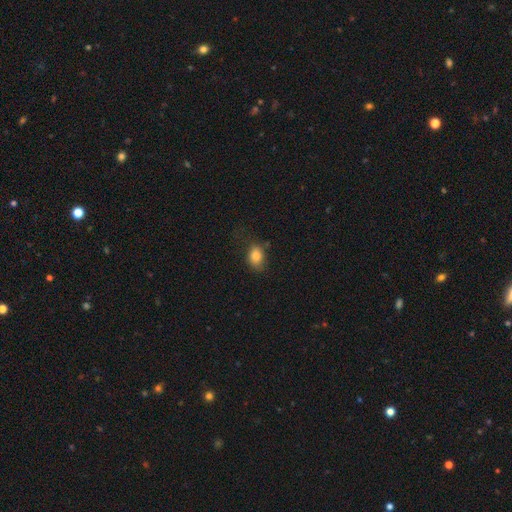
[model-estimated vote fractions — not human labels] This is clearly a smooth galaxy (83%). How rounded: likely in between (72%). Merging: likely none (60%).